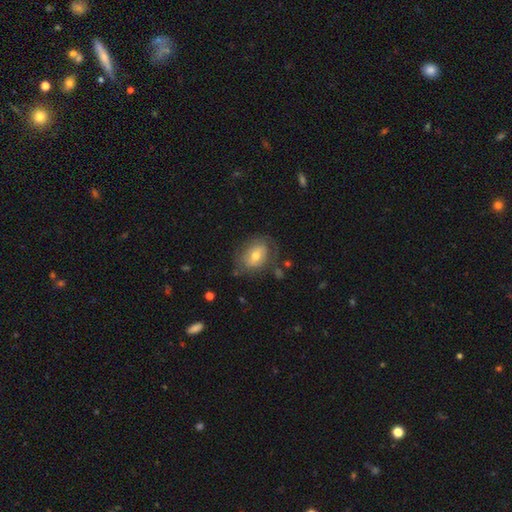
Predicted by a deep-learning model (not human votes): This appears to be a smooth galaxy with no disk features (52%) that is in between round and cigar-shaped (71%). Merging: none (64%).